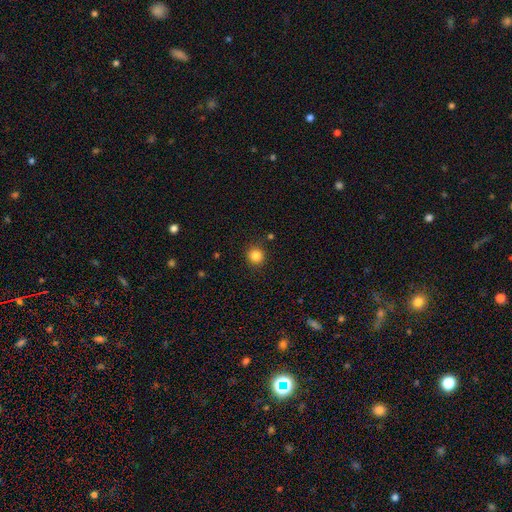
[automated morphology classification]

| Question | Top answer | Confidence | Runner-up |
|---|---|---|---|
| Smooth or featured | smooth | 84% | star or artifact (11%) |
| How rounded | round | 93% | in between (6%) |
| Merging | none | 89% | minor disturbance (7%) |